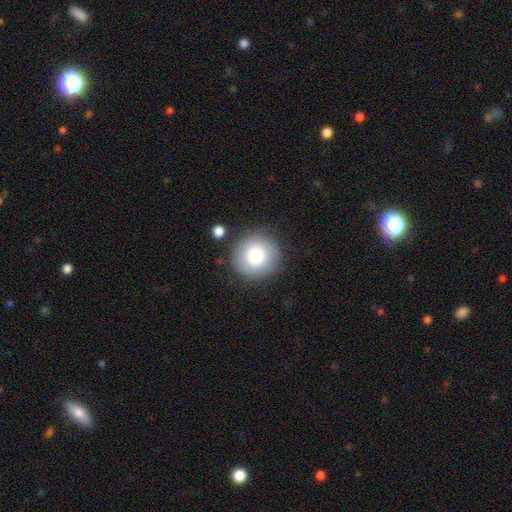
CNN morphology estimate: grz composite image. It shows a smooth galaxy with no disk features (83%) that is round (94%). Merging: none (85%).